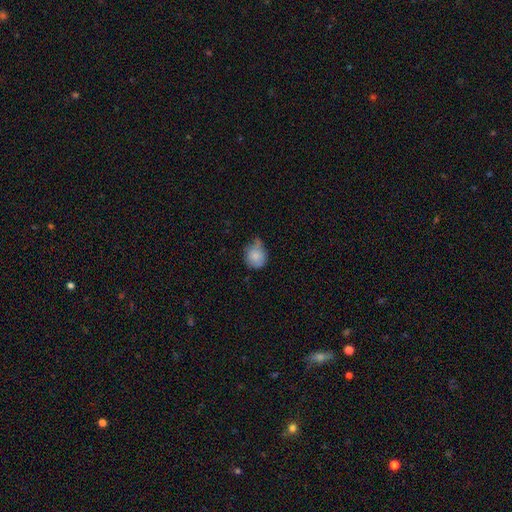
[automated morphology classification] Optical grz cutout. It shows a smooth galaxy with no disk features (81%) that is round (71%). Merging: minor disturbance (43%).